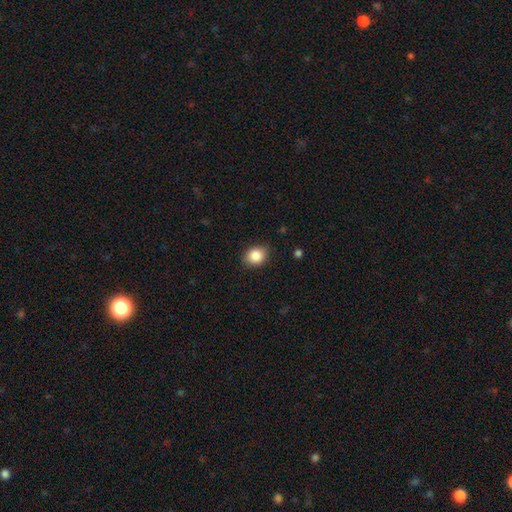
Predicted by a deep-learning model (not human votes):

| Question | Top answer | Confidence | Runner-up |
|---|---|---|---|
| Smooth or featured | smooth | 86% | star or artifact (9%) |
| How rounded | round | 57% | in between (42%) |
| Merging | none | 83% | minor disturbance (13%) |